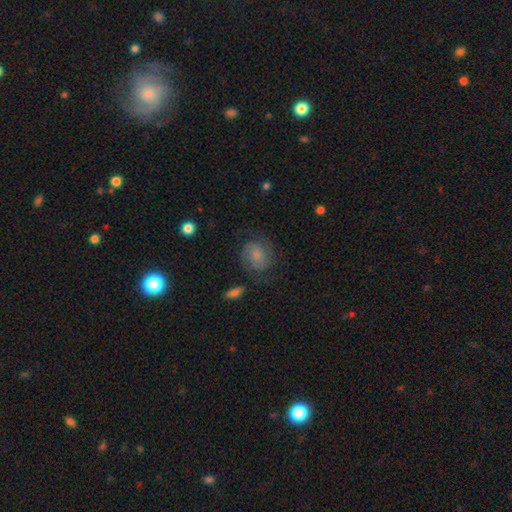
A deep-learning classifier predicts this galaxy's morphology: The model was most divided on "smooth or featured": featured or disk: 45%, smooth: 43%, star or artifact: 12%. More confident: merging — none (69%).